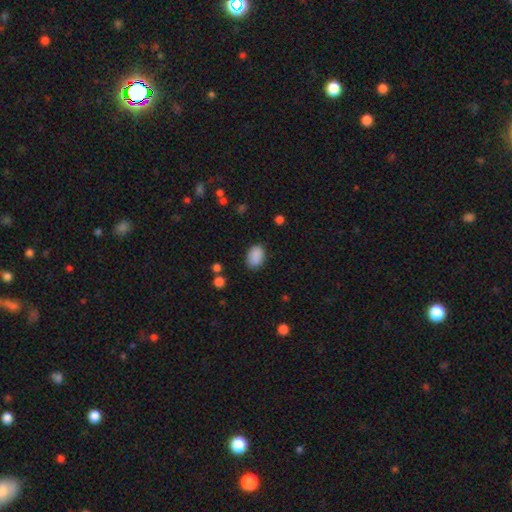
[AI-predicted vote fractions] Smooth or featured: smooth — 89% (star or artifact — 8%)
How rounded: in between — 85% (round — 14%)
Merging: none — 84% (minor disturbance — 12%)